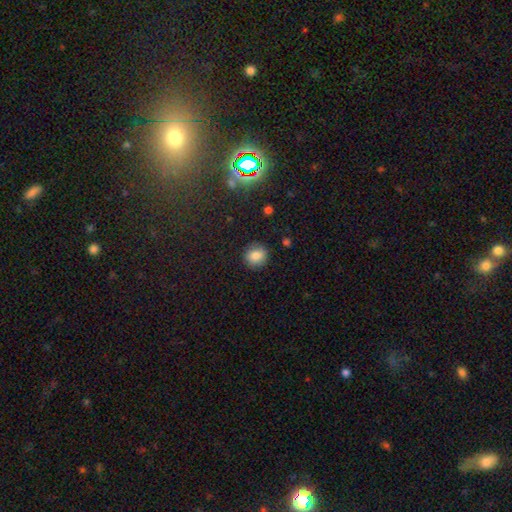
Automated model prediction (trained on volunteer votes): A smooth galaxy with no disk features (82%) that is round (85%). Merging: none (87%).